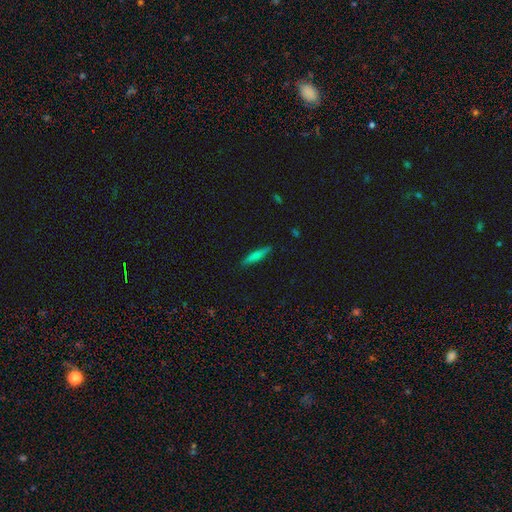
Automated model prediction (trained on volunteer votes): Smooth or featured?
  - smooth: 69% *
  - featured or disk: 24%
  - star or artifact: 7%
How rounded?
  - cigar-shaped: 88% *
  - in between: 10%
  - round: 2%
Merging?
  - none: 88% *
  - minor disturbance: 9%
  - major disturbance: 2%
  - merger: 1%